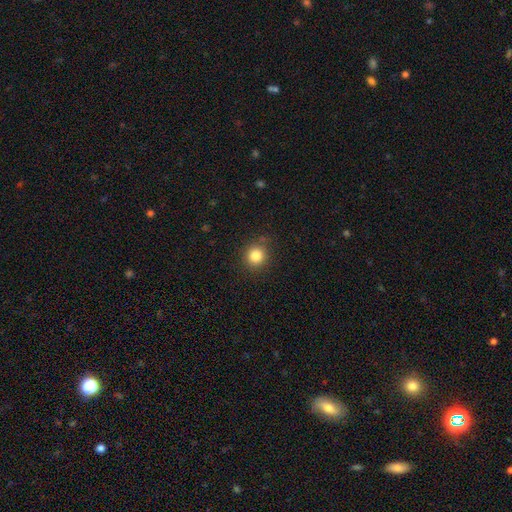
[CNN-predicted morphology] Overall: smooth (83%). How rounded: round (90%). Merging: none (86%).